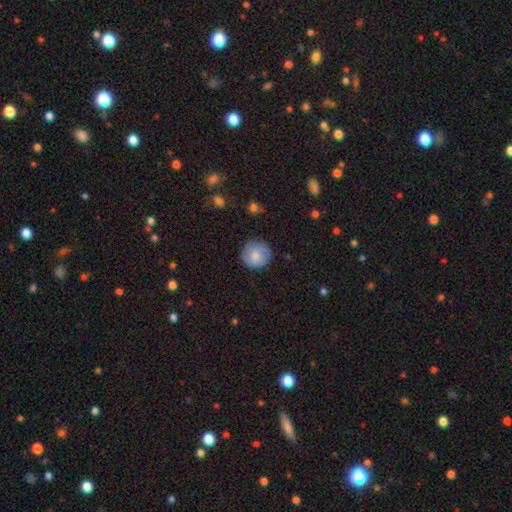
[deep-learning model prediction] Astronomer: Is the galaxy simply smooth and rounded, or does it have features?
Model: smooth — 77%.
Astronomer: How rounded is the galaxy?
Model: round — 93%.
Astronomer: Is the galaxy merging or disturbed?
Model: none — 82%.